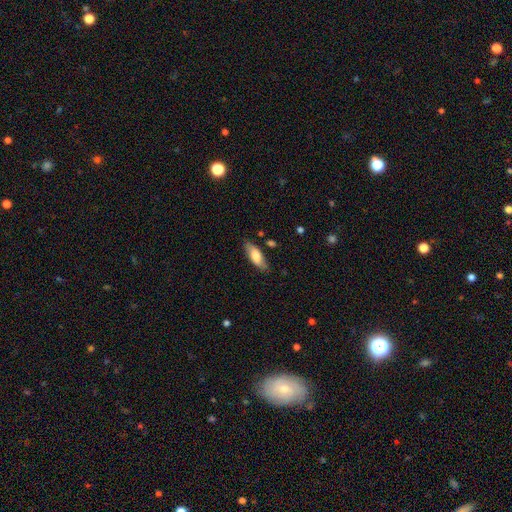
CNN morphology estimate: A smooth galaxy with no disk features (73%) that is in between round and cigar-shaped (73%). Merging: none (79%).